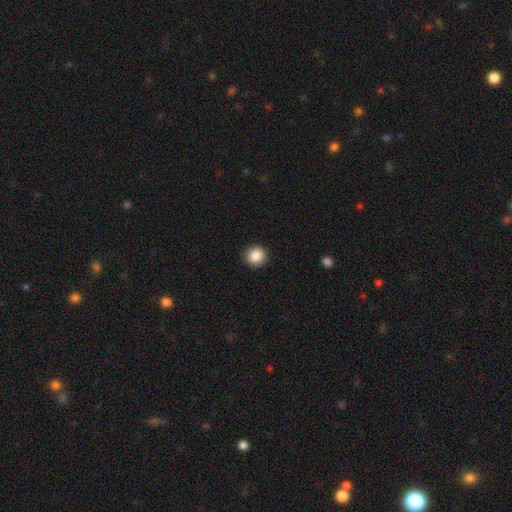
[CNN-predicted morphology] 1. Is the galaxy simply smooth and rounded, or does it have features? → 87% smooth, 9% star or artifact, 4% featured or disk.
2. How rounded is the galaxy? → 93% round, 6% in between, 1% cigar-shaped.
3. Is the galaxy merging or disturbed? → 93% none, 5% minor disturbance, 2% major disturbance, 1% merger.